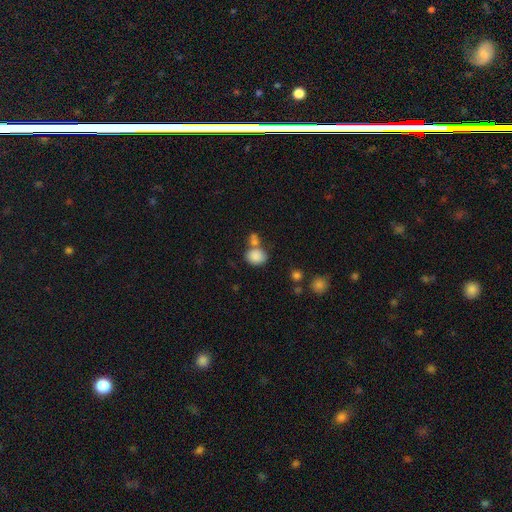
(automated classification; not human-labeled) Morphology: type=smooth (85%); roundness=in between (52%); merging=none (50%).